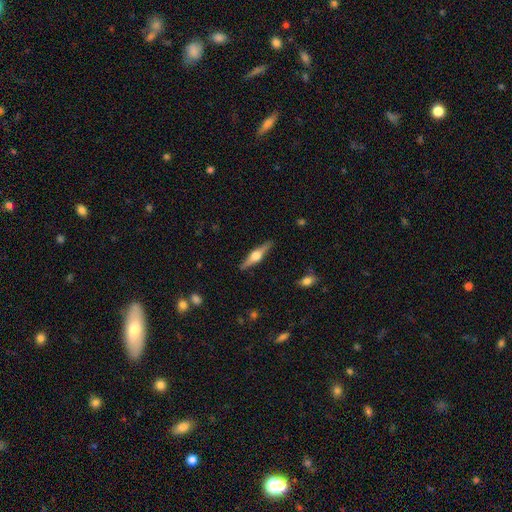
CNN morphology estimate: Smooth or featured? Predicted: featured or disk (p=0.72). Edge-on disk? Predicted: yes (p=0.97). Edge-on bulge? Predicted: rounded (p=0.94). Merging? Predicted: none (p=0.90).